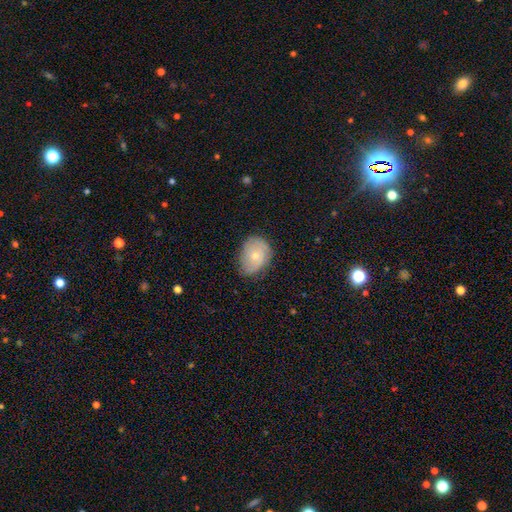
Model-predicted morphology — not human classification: Smooth or featured: smooth — 54% (featured or disk — 38%)
How rounded: in between — 58% (round — 41%)
Merging: none — 69% (minor disturbance — 24%)